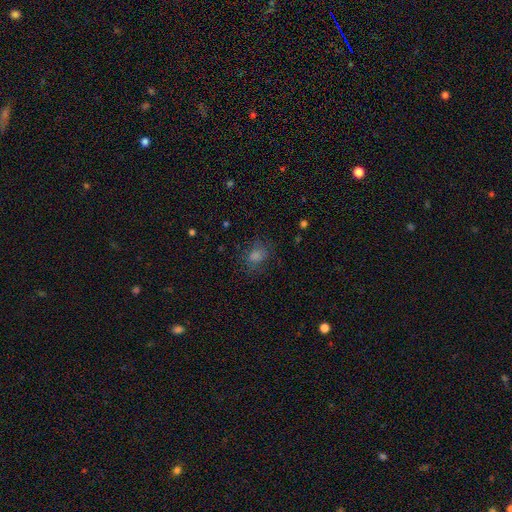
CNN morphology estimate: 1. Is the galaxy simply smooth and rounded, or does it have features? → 59% smooth, 26% star or artifact, 15% featured or disk.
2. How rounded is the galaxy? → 56% round, 43% in between, 1% cigar-shaped.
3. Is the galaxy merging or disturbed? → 73% none, 16% minor disturbance, 9% major disturbance, 1% merger.